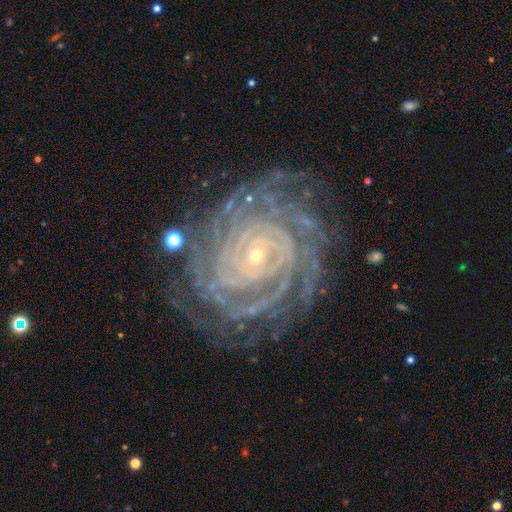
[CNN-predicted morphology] Smooth or featured?
  - featured or disk: 90% *
  - star or artifact: 6%
  - smooth: 4%
Edge-on disk?
  - no: 97% *
  - yes: 3%
Bar?
  - no: 66% *
  - weak: 21%
  - strong: 12%
Spiral arms?
  - yes: 98% *
  - no: 2%
Spiral winding?
  - tight: 87% *
  - medium: 11%
  - loose: 2%
Spiral arm count?
  - more than 4: 25% *
  - can't tell: 21%
  - 4: 20%
  - 3: 13%
  - 2: 12%
  - 1: 8%
Bulge size?
  - small: 83% *
  - moderate: 14%
  - large: 1%
  - none: 1%
  - dominant: 1%
Merging?
  - none: 78% *
  - minor disturbance: 15%
  - major disturbance: 6%
  - merger: 2%